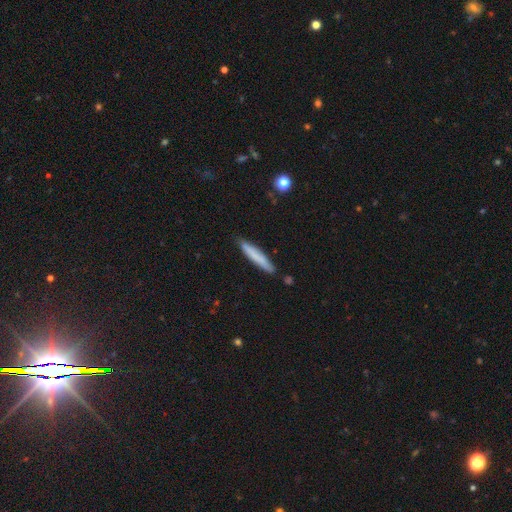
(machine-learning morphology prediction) Overall: smooth (73%). How rounded: cigar-shaped (94%). Merging: none (86%).